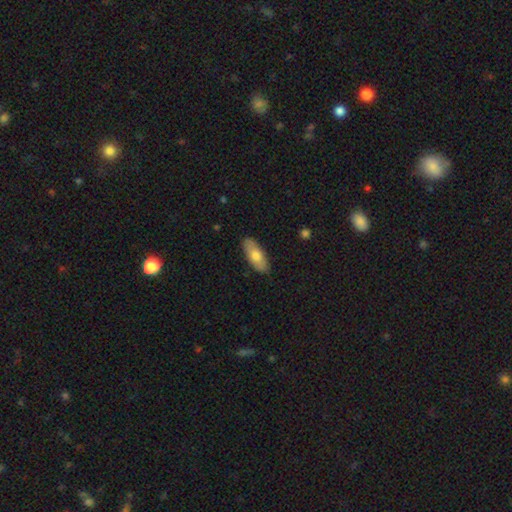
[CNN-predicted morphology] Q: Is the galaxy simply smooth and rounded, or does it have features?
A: smooth — 72%.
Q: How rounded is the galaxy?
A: in between — 80%.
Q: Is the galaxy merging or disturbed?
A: none — 87%.